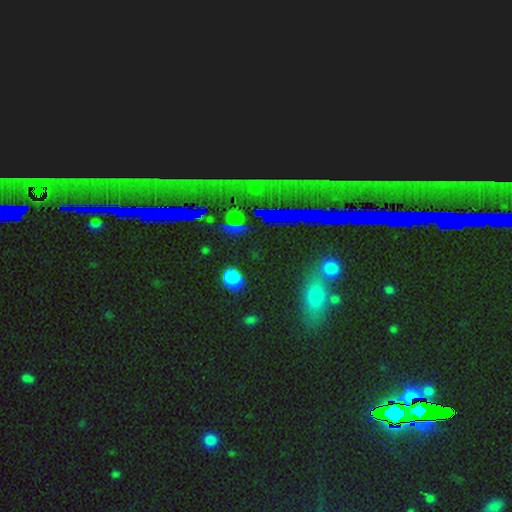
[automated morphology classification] Smooth or featured? star or artifact (61%)